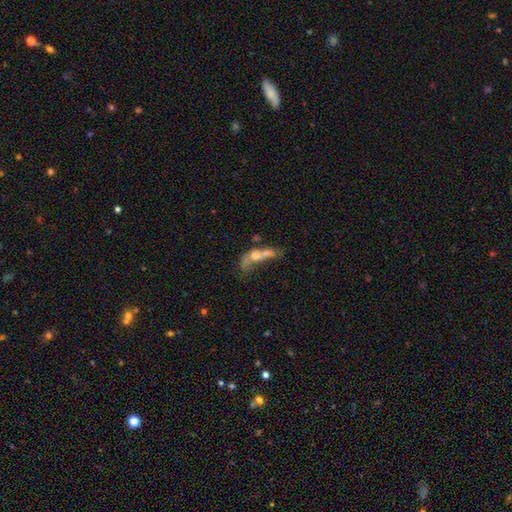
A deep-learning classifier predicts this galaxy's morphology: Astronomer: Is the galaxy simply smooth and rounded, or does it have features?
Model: featured or disk — 44% (runner-up: smooth, 42%).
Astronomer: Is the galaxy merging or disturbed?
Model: merger — 58%.